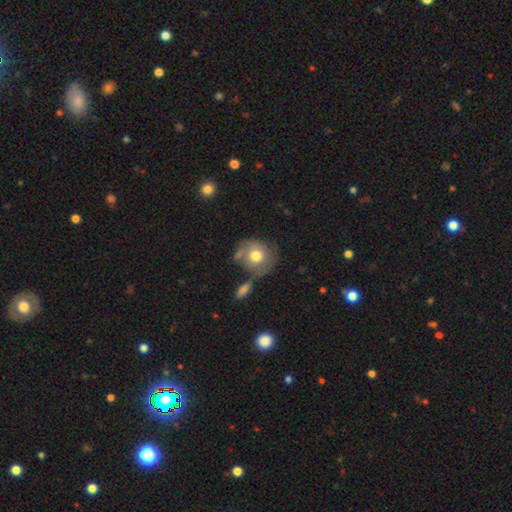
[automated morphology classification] This is likely a smooth galaxy (67%). How rounded: clearly round (83%). Merging: possibly none (54%).